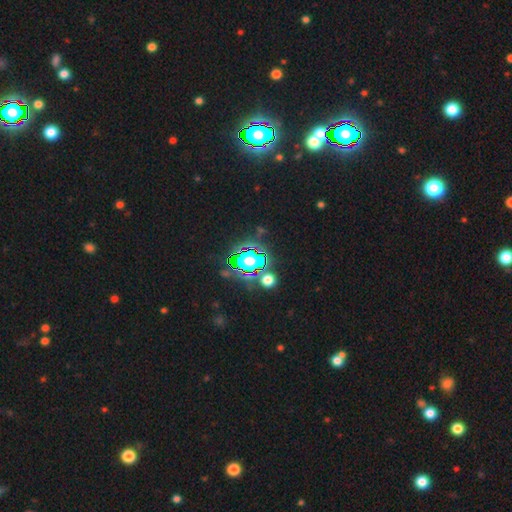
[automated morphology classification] Smooth or featured? star or artifact (83%)